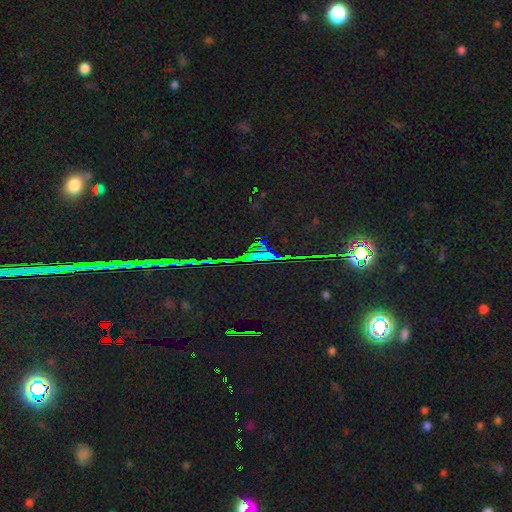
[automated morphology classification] Smooth or featured? Predicted: star or artifact (p=0.80).